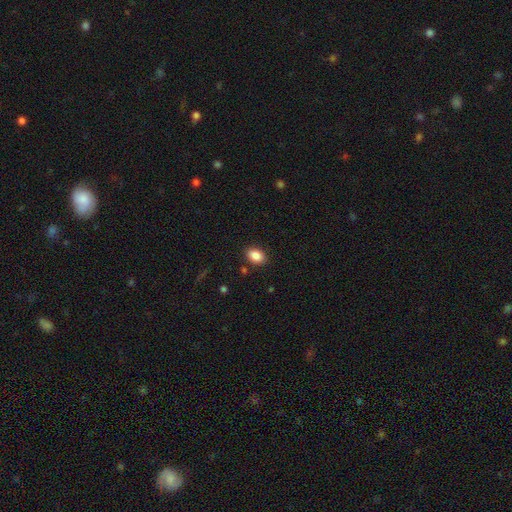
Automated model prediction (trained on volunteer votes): The model was most divided on "how rounded": in between: 81%, round: 17%, cigar-shaped: 1%. More confident: smooth or featured — smooth (87%); merging — none (86%).